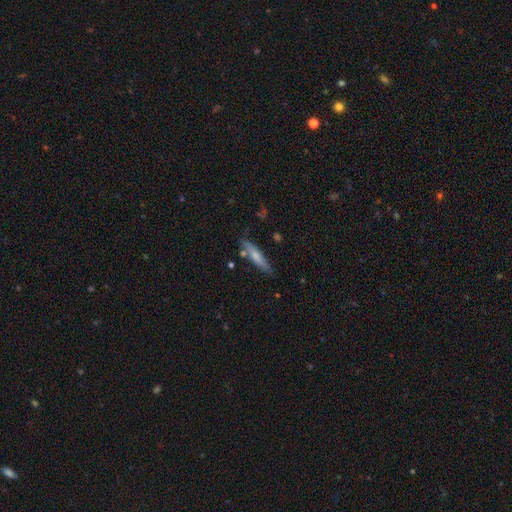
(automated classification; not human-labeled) smooth 68%, featured or disk 26%, star or artifact 6%. Down the decision tree: how rounded — cigar-shaped (86%); merging — none (77%).